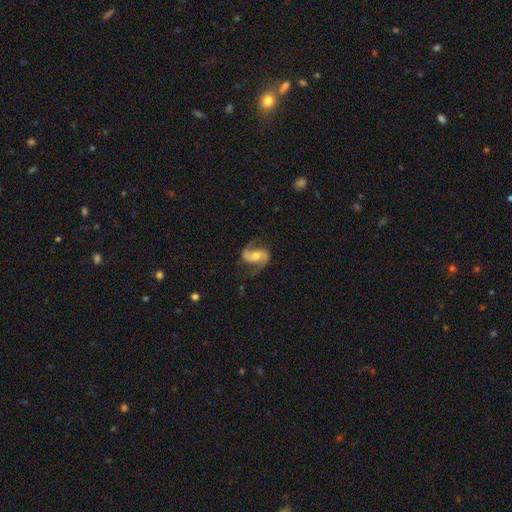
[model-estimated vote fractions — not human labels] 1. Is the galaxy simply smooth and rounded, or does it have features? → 88% featured or disk, 7% smooth, 5% star or artifact.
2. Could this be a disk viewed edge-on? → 98% no, 2% yes.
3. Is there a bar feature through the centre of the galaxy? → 39% no, 37% weak, 24% strong.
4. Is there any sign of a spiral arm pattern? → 97% yes, 3% no.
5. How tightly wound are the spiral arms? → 46% medium, 41% loose, 12% tight.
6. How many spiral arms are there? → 93% 2, 2% can't tell, 2% 1, 1% 3, 1% 4, 1% more than 4.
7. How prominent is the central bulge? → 65% moderate, 26% small, 6% large, 2% none, 1% dominant.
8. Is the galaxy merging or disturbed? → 76% none, 15% minor disturbance, 8% major disturbance, 1% merger.